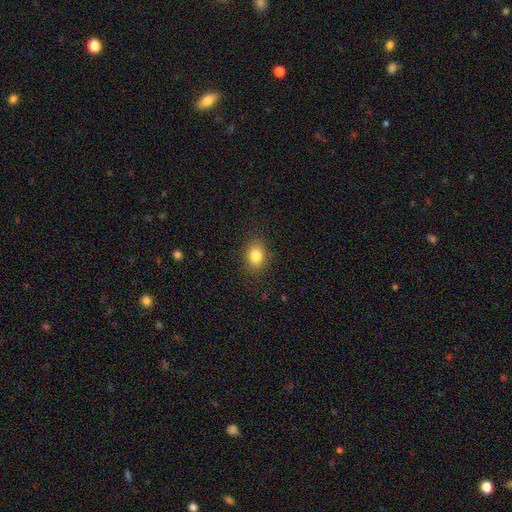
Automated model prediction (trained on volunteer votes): Overall: smooth (83%). How rounded: in between (65%; round 34%). Merging: none (85%).